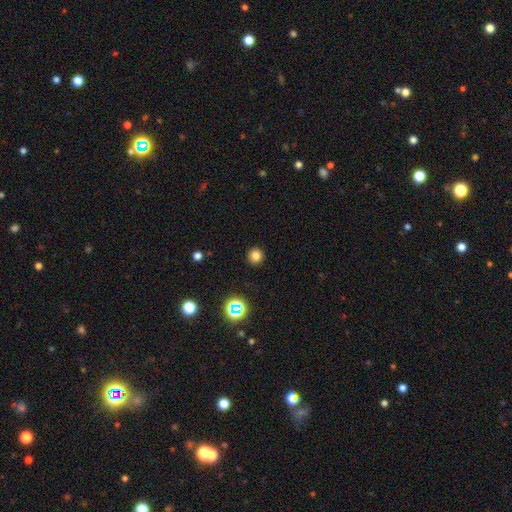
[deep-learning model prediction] smooth 79%, star or artifact 16%, featured or disk 5%. Down the decision tree: how rounded — round (94%); merging — none (92%).